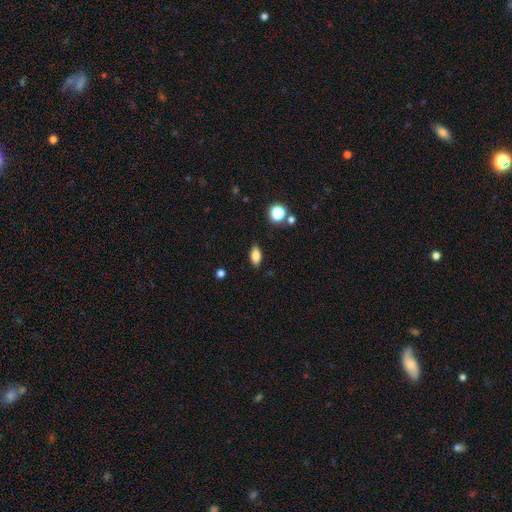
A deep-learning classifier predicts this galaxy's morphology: smooth-or-featured: smooth: 80% | featured or disk: 10% | star or artifact: 10%
  how-rounded: in between: 85% | cigar-shaped: 8% | round: 7%
  merging: none: 87% | minor disturbance: 9% | major disturbance: 2% | merger: 1%